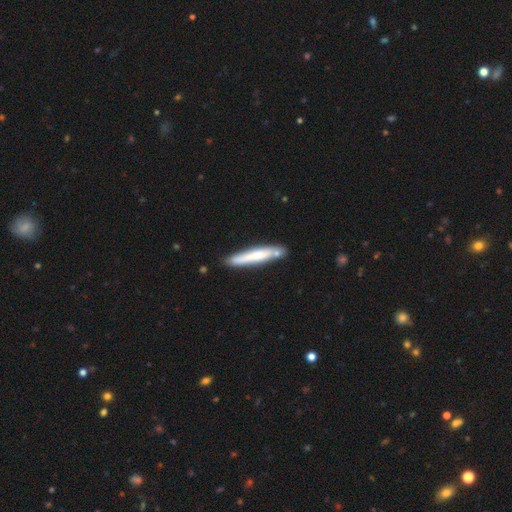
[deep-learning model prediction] A smooth galaxy with no disk features (60%) that is cigar-shaped (94%). Merging: none (75%).